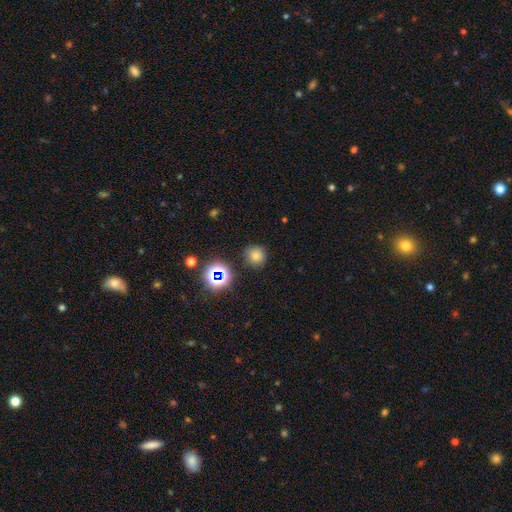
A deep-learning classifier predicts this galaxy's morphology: Smooth or featured?
  - smooth: 69% *
  - star or artifact: 23%
  - featured or disk: 8%
How rounded?
  - round: 92% *
  - in between: 7%
  - cigar-shaped: 1%
Merging?
  - none: 86% *
  - minor disturbance: 9%
  - major disturbance: 3%
  - merger: 2%